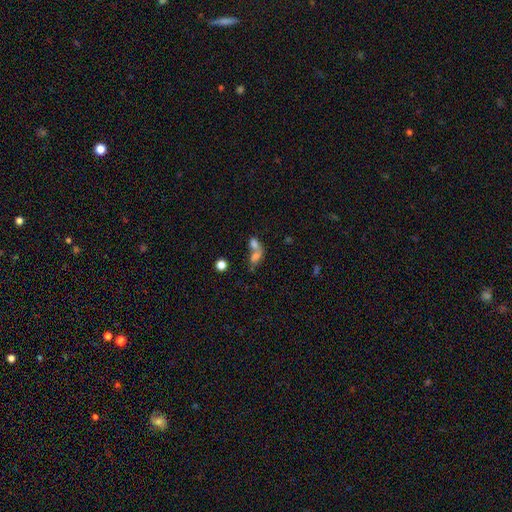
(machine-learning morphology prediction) smooth 65%, featured or disk 22%, star or artifact 14%. Down the decision tree: how rounded — in between (71%); merging — merger (69%).